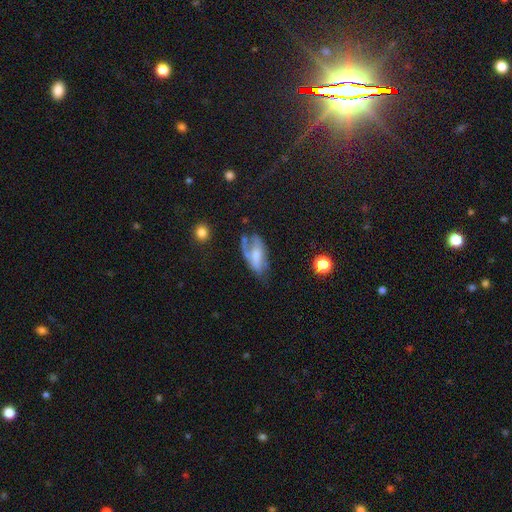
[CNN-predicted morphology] This is possibly a featured or disk galaxy (51%). It is clearly not viewed edge-on (86%). Merging: marginally none (37%).